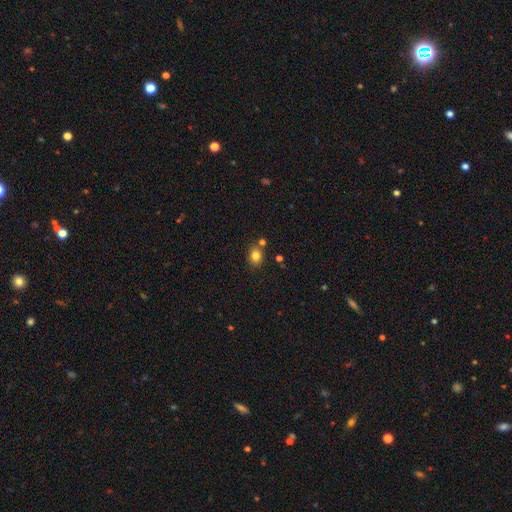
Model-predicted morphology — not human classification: Smooth or featured: smooth — 81% (star or artifact — 12%)
How rounded: round — 56% (in between — 43%)
Merging: none — 74% (merger — 12%)